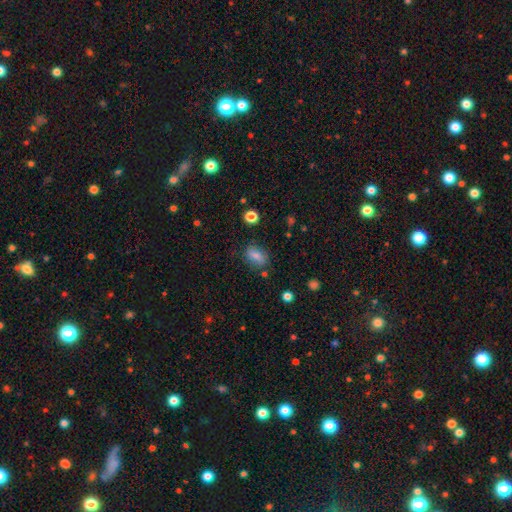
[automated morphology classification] Smooth or featured?
  - smooth: 77% *
  - featured or disk: 13%
  - star or artifact: 10%
How rounded?
  - in between: 81% *
  - round: 16%
  - cigar-shaped: 3%
Merging?
  - none: 76% *
  - minor disturbance: 16%
  - major disturbance: 5%
  - merger: 3%